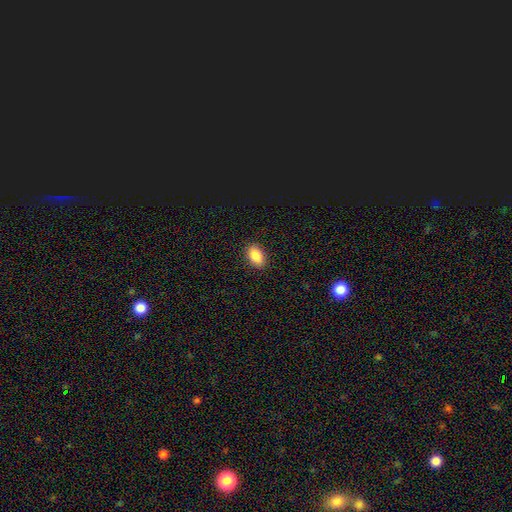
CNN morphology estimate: Overall: smooth (88%). How rounded: in between (91%). Merging: none (88%).